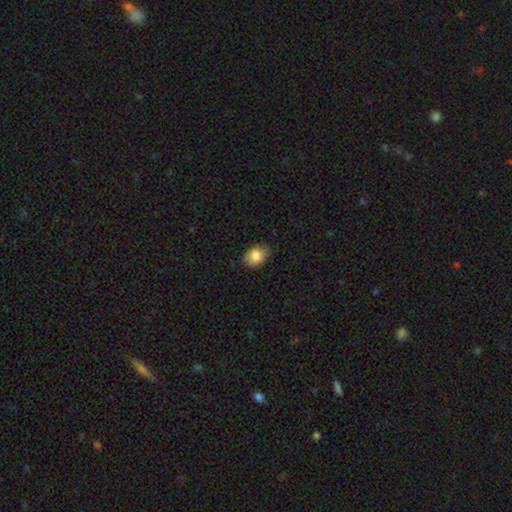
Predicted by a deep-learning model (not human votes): Smooth or featured: smooth — 85% (star or artifact — 8%)
How rounded: in between — 71% (round — 28%)
Merging: none — 75% (minor disturbance — 21%)